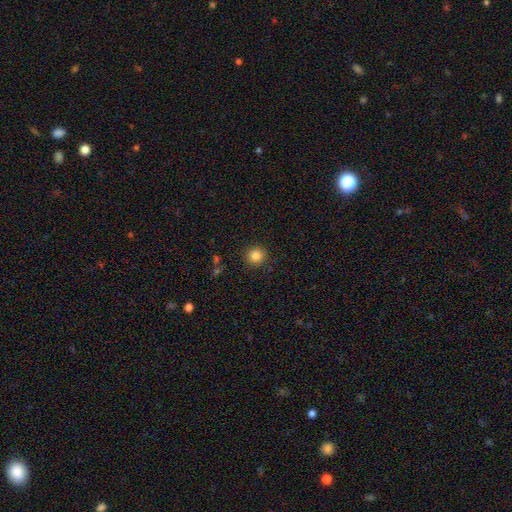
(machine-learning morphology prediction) smooth_or_featured: smooth (p=0.84) [alt: star or artifact p=0.11]
how_rounded: round (p=0.91) [alt: in between p=0.08]
merging: none (p=0.90) [alt: minor disturbance p=0.07]